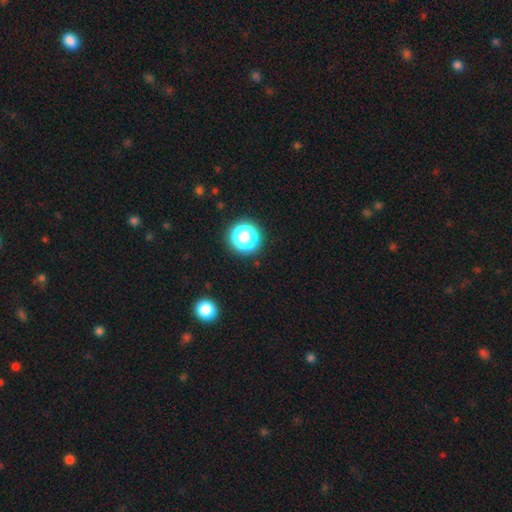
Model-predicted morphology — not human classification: smooth-or-featured: star or artifact: 74% | smooth: 20% | featured or disk: 6%